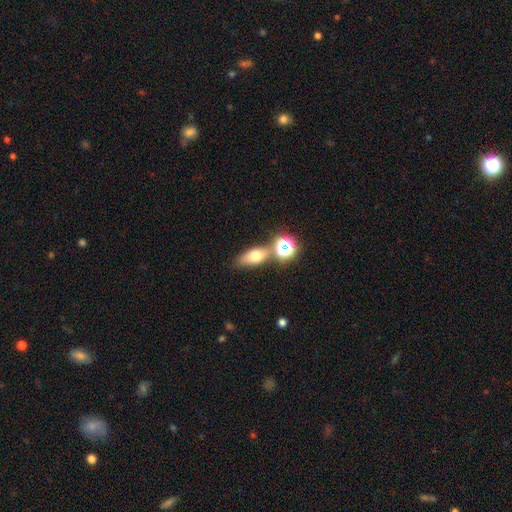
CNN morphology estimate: Overall: smooth (65%). How rounded: in between (66%). Merging: none (62%).